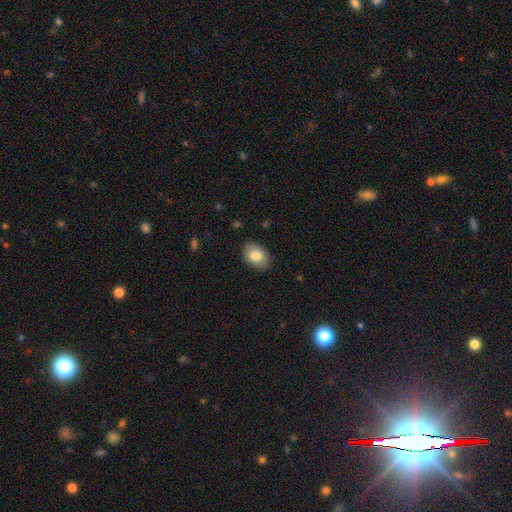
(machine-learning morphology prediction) Smooth or featured?
  - smooth: 83% *
  - featured or disk: 11%
  - star or artifact: 7%
How rounded?
  - in between: 86% *
  - round: 13%
  - cigar-shaped: 1%
Merging?
  - none: 86% *
  - minor disturbance: 11%
  - major disturbance: 2%
  - merger: 1%